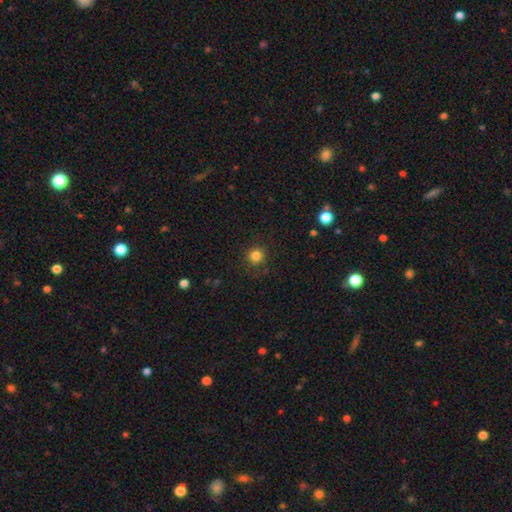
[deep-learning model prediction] Overall: smooth (83%). How rounded: round (94%). Merging: none (88%).